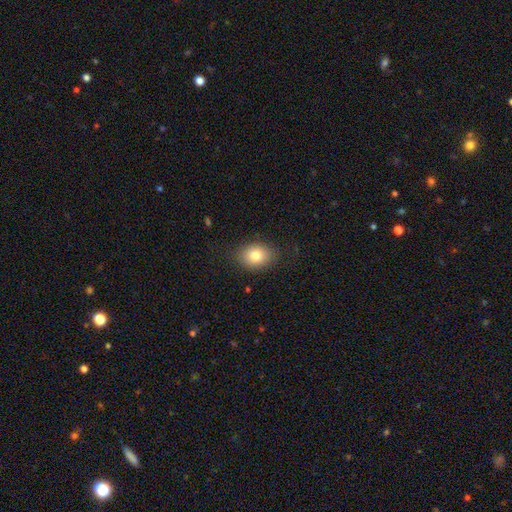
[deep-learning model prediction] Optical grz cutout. It shows a smooth galaxy with no disk features (80%) that is in between round and cigar-shaped (61%). Merging: none (84%).